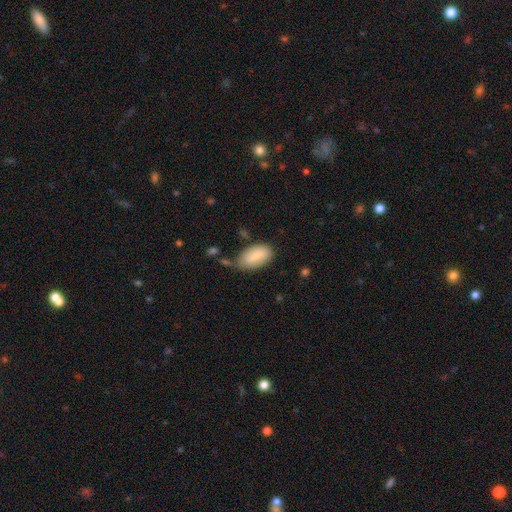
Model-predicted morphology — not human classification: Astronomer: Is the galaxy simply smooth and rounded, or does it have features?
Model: smooth — 80%.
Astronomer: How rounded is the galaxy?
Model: in between — 94%.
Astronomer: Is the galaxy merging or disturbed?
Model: none — 58%.